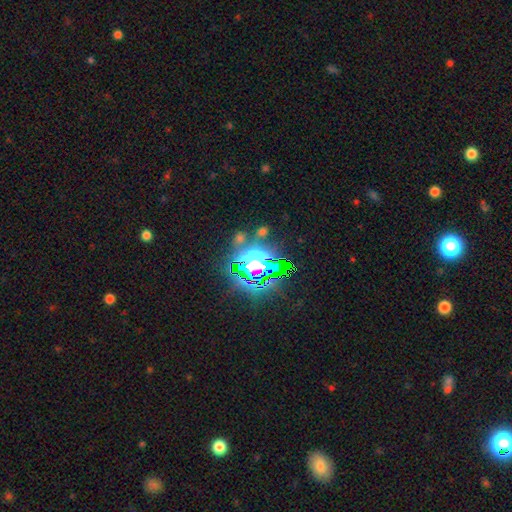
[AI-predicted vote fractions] A star or artifact, not a galaxy (75%).